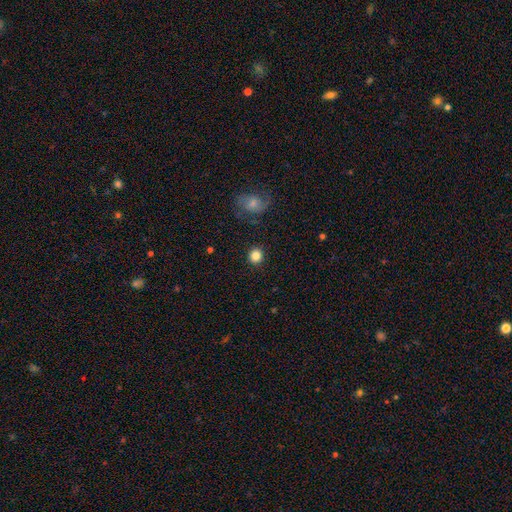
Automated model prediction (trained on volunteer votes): Smooth or featured? smooth (85%)
How rounded? round (90%)
Merging? none (90%)